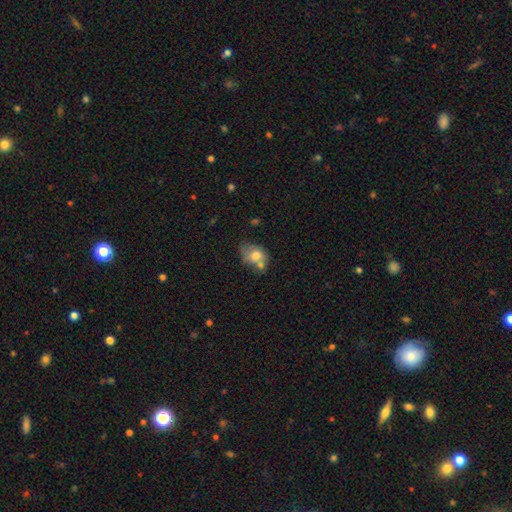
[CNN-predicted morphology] A smooth galaxy with no disk features (69%) that is in between round and cigar-shaped (65%).

Vote fractions:
- Smooth or featured? smooth: 69% / featured or disk: 23% / star or artifact: 8%
- How rounded? in between: 65% / round: 34% / cigar-shaped: 1%
- Merging? merger: 37% / none: 35% / minor disturbance: 20% / major disturbance: 8%